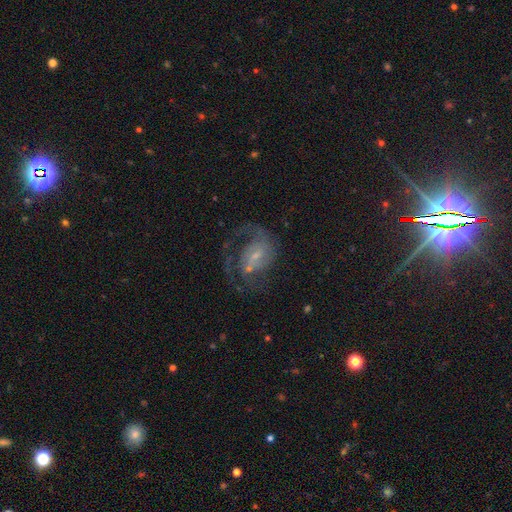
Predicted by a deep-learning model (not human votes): Smooth or featured: featured or disk — 81% (smooth — 11%)
Edge-on disk: no — 98% (yes — 2%)
Bar: weak — 51% (no — 36%)
Spiral arms: yes — 90% (no — 10%)
Spiral winding: medium — 50% (loose — 26%)
Spiral arm count: 2 — 55% (1 — 21%)
Bulge size: small — 65% (moderate — 22%)
Merging: none — 47% (major disturbance — 30%)